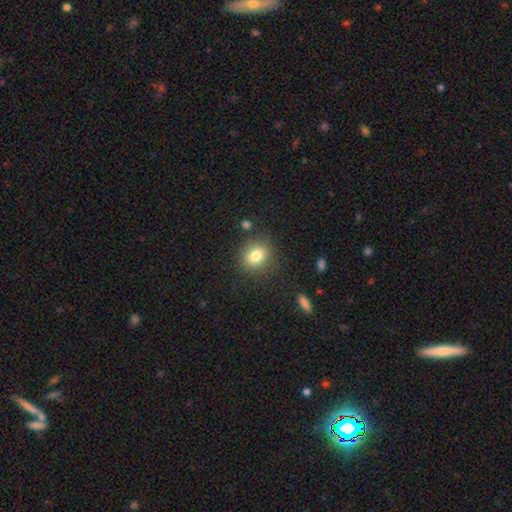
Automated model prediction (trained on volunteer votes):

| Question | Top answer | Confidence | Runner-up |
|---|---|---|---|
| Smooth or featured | smooth | 81% | star or artifact (11%) |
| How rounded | round | 73% | in between (26%) |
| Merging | none | 84% | minor disturbance (10%) |